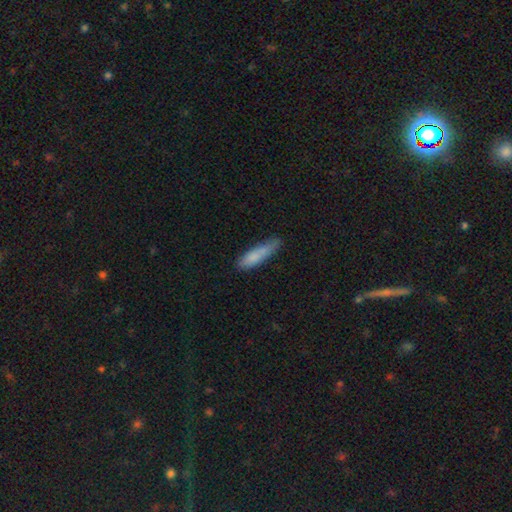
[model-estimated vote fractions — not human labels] Smooth or featured: smooth — 82% (featured or disk — 12%)
How rounded: cigar-shaped — 75% (in between — 24%)
Merging: none — 64% (minor disturbance — 28%)